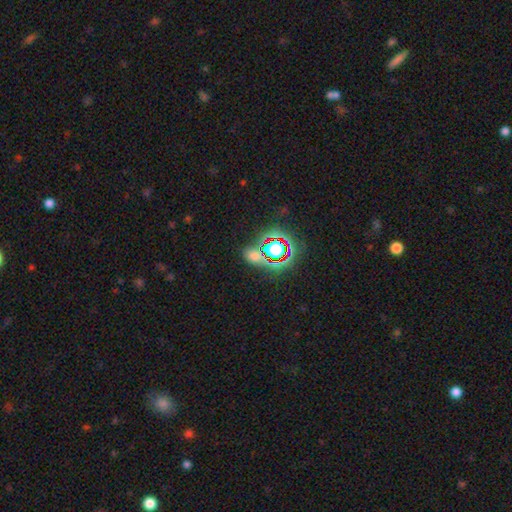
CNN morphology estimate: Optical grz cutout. It shows a star or artifact, not a galaxy (54%).